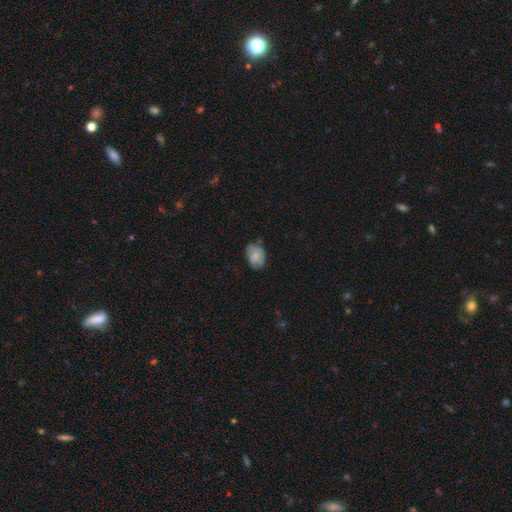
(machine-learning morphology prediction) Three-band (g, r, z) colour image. It shows a smooth galaxy with no disk features (73%) that is in between round and cigar-shaped (80%). Merging: none (63%).